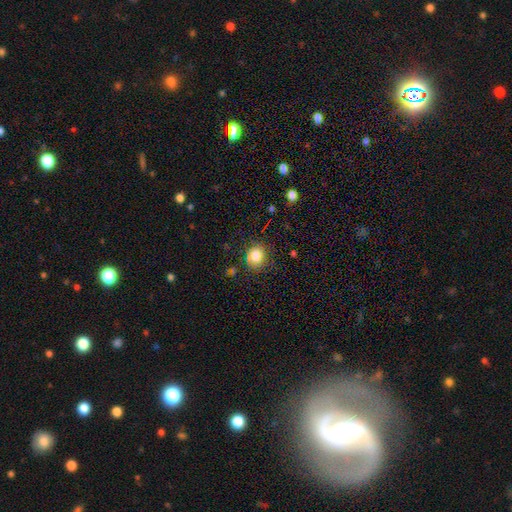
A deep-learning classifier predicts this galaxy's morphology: Smooth or featured? smooth (82%)
How rounded? round (69%)
Merging? none (78%)